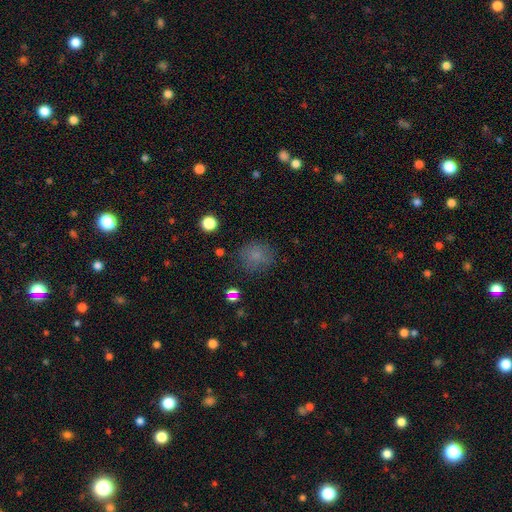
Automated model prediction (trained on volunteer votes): Smooth or featured: smooth — 75% (star or artifact — 17%)
How rounded: round — 83% (in between — 16%)
Merging: none — 76% (minor disturbance — 15%)